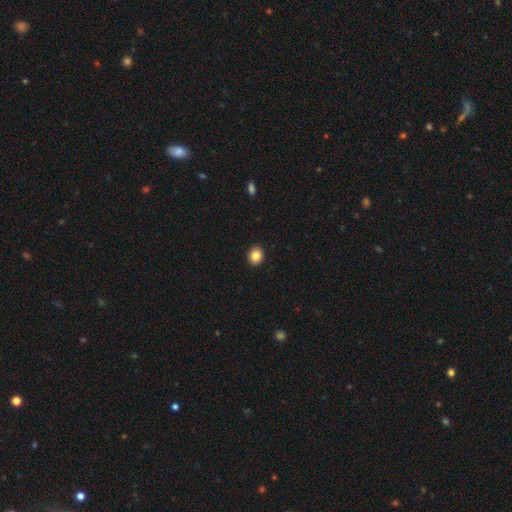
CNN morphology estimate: type=smooth (84%); roundness=round (68%); merging=none (92%).